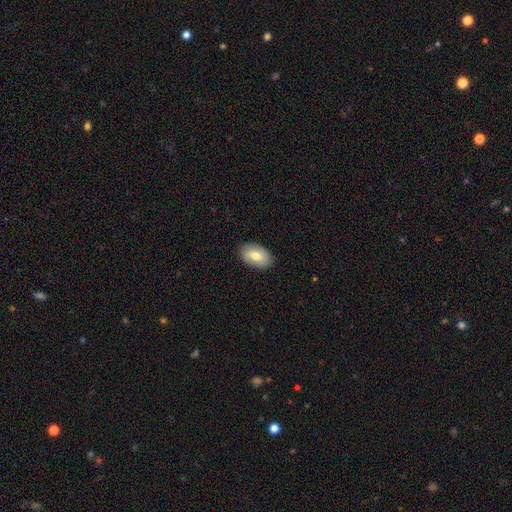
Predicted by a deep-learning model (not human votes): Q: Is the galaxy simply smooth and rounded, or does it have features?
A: smooth — 68%.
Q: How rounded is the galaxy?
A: in between — 91%.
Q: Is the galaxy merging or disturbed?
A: none — 87%.